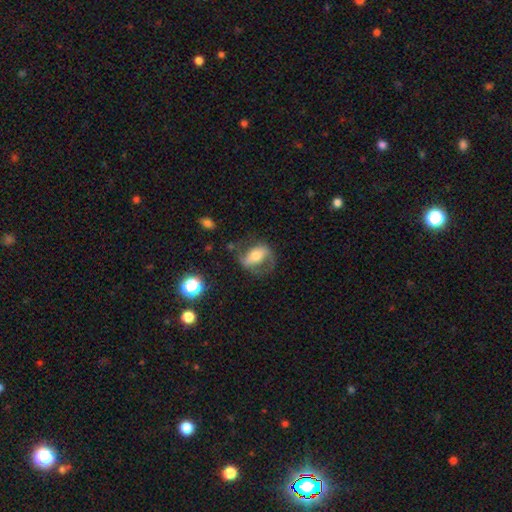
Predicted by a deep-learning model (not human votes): featured or disk 59%, smooth 33%, star or artifact 8%. Down the decision tree: edge-on disk — no (91%); bar — strong (46%); spiral arms — yes (71%); bulge size — moderate (54%); merging — none (56%).